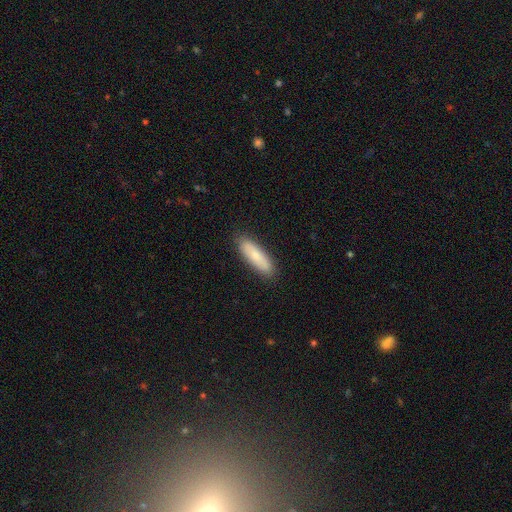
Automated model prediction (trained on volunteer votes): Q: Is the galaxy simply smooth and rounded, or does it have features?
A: smooth — 75%.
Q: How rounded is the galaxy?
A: cigar-shaped — 55%.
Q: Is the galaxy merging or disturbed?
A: none — 87%.